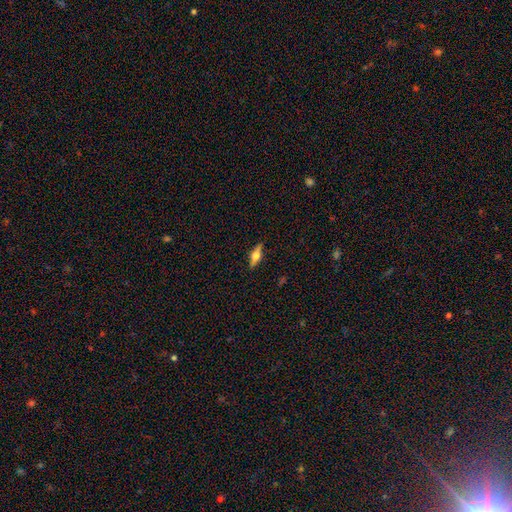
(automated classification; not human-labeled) featured or disk 58%, smooth 35%, star or artifact 7%. Down the decision tree: edge-on disk — yes (95%); edge-on bulge — rounded (93%); merging — none (89%).